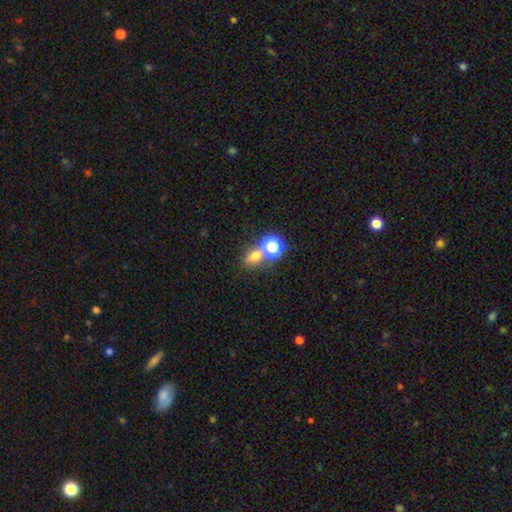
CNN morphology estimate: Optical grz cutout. It shows a smooth galaxy with no disk features (66%) that is round (54%). Merging: none (54%).